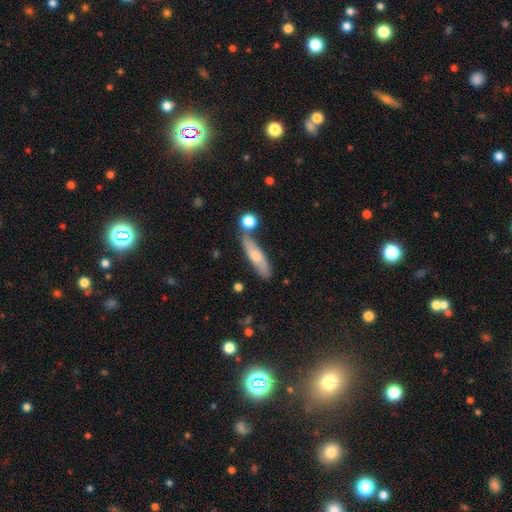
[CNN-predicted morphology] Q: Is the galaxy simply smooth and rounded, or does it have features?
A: smooth — 59%.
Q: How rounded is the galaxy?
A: cigar-shaped — 70%.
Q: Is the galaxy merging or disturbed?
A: none — 66%.